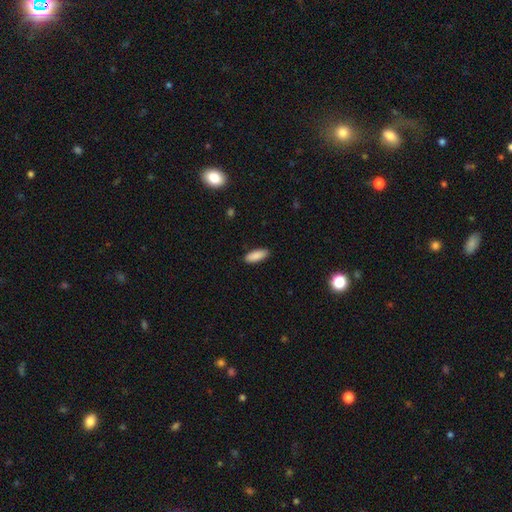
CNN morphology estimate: smooth 88%, star or artifact 6%, featured or disk 5%. Down the decision tree: how rounded — in between (73%); merging — none (88%).